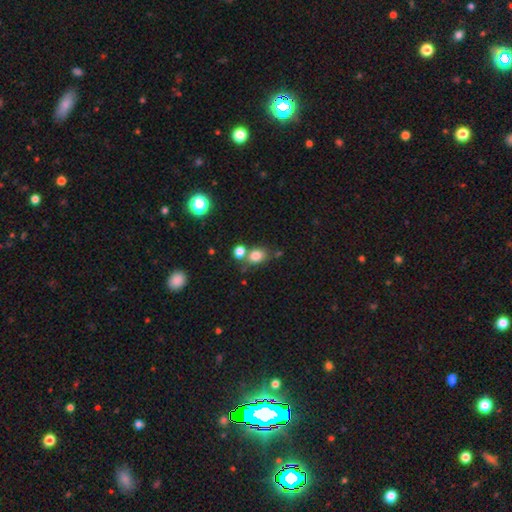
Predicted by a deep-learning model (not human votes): Smooth or featured? Predicted: smooth (p=0.80). How rounded? Predicted: round (p=0.50). Merging? Predicted: none (p=0.57).